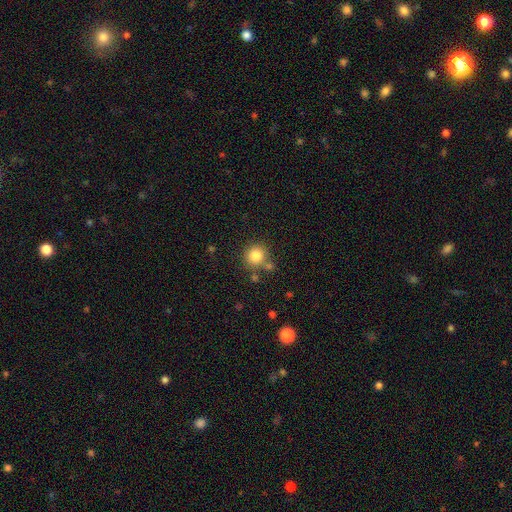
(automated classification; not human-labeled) Q: Smooth or featured?
A: smooth (82%); runner-up: star or artifact (11%)
Q: How rounded?
A: round (92%); runner-up: in between (7%)
Q: Merging?
A: none (75%); runner-up: merger (11%)